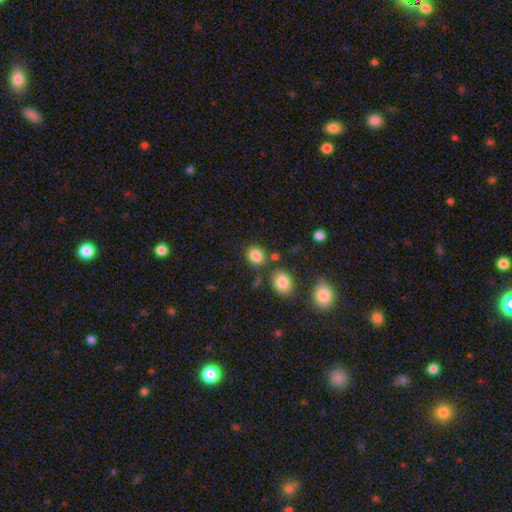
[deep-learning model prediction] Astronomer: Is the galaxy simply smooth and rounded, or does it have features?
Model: smooth — 84%.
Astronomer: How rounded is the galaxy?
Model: round — 55% (runner-up: in between, 43%).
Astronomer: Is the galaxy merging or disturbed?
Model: none — 71%.